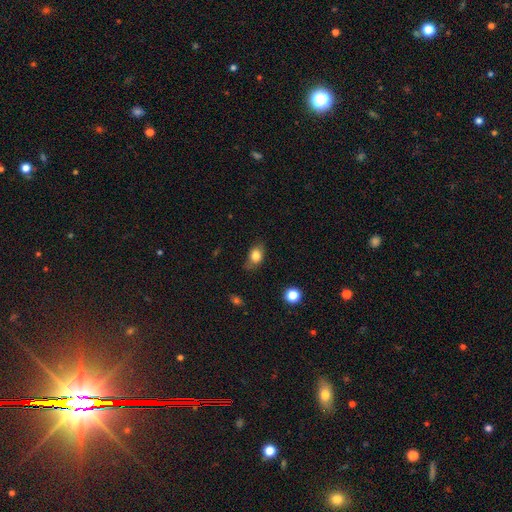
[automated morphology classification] This appears to be a smooth galaxy with no disk features (81%) that is in between round and cigar-shaped (72%). Merging: none (68%).